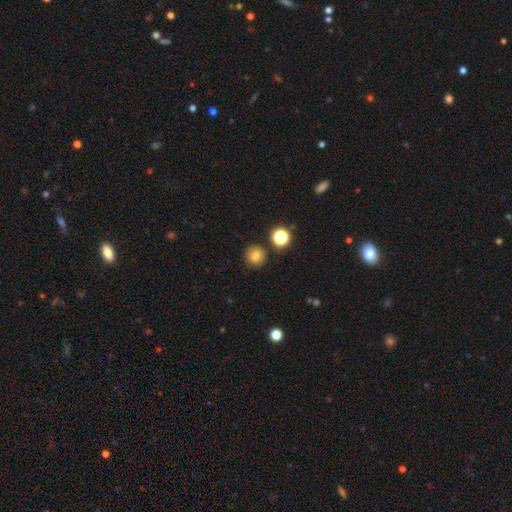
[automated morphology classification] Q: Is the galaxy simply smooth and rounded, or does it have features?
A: smooth — 78%.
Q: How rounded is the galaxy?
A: round — 93%.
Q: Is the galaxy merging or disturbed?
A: none — 88%.